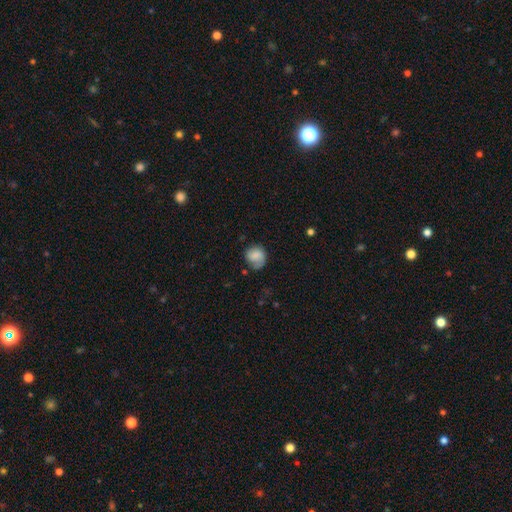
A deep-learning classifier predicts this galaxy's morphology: Overall: smooth (70%). How rounded: round (76%). Merging: none (58%; minor disturbance 27%).